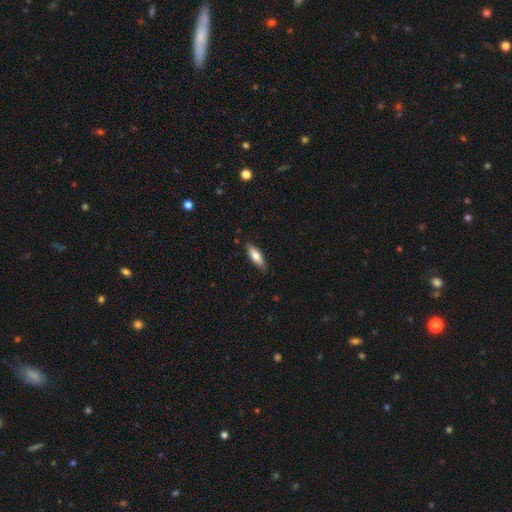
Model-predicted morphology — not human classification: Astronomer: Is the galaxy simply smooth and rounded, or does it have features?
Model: smooth — 74%.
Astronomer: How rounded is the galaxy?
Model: cigar-shaped — 49%, tied with in between at 49%.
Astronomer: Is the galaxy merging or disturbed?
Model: none — 85%.